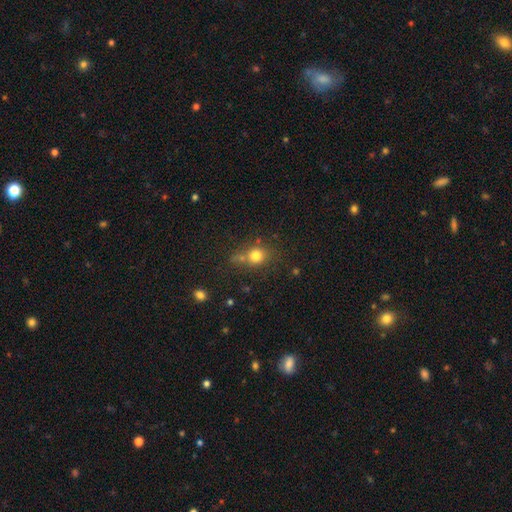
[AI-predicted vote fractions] Smooth or featured: smooth — 77% (star or artifact — 13%)
How rounded: round — 76% (in between — 23%)
Merging: none — 61% (merger — 18%)